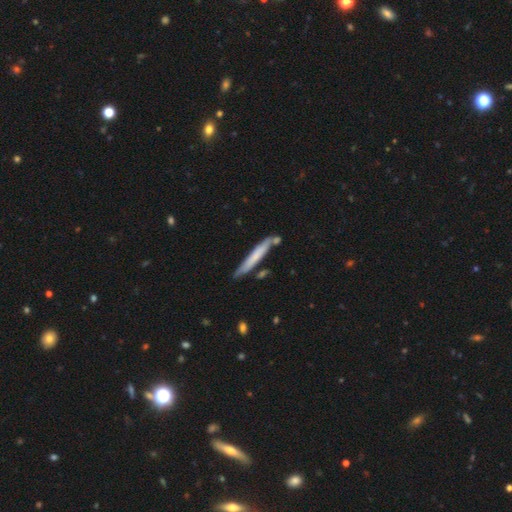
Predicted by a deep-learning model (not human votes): This is likely a smooth galaxy (63%). How rounded: clearly cigar-shaped (95%). Merging: likely none (75%).